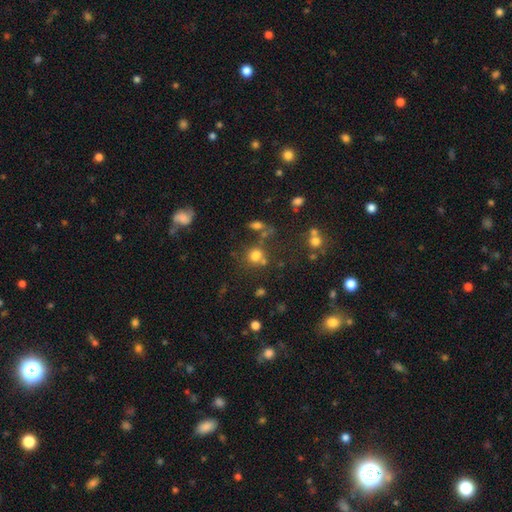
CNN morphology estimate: This appears to be a smooth galaxy with no disk features (73%) that is round (83%). Merging: none (61%).